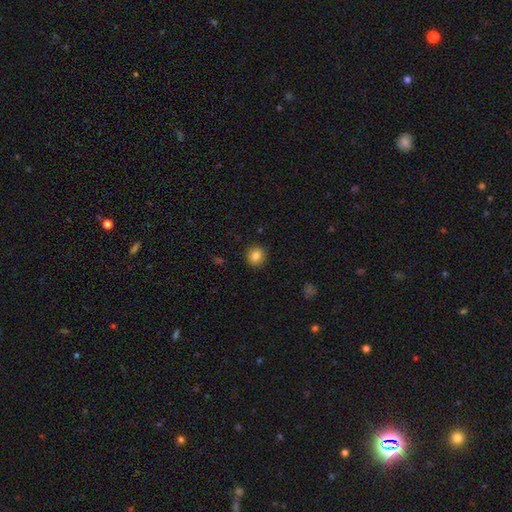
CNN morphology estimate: A smooth galaxy with no disk features (85%) that is round (83%). Merging: none (89%).